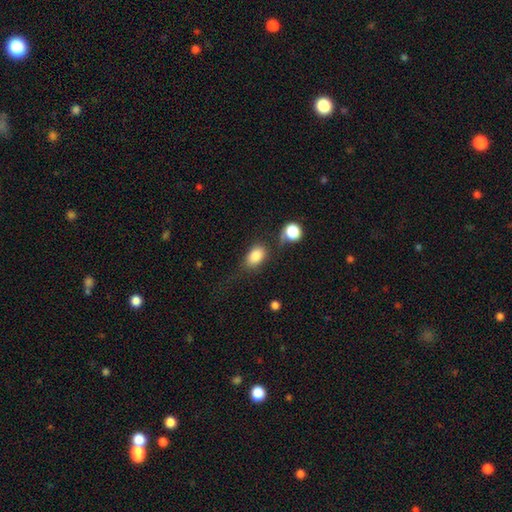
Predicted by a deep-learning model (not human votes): The model was most divided on "merging": none: 57%, minor disturbance: 19%, major disturbance: 13%, merger: 11%. More confident: smooth or featured — smooth (82%); how rounded — in between (78%).